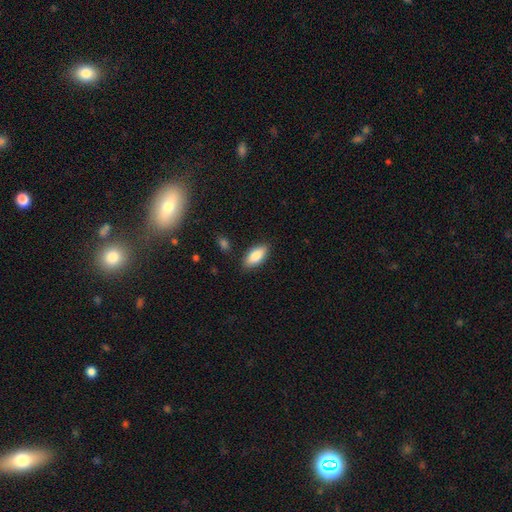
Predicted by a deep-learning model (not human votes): smooth_or_featured: smooth (p=0.85) [alt: featured or disk p=0.09]
how_rounded: in between (p=0.86) [alt: cigar-shaped p=0.12]
merging: none (p=0.86) [alt: minor disturbance p=0.10]